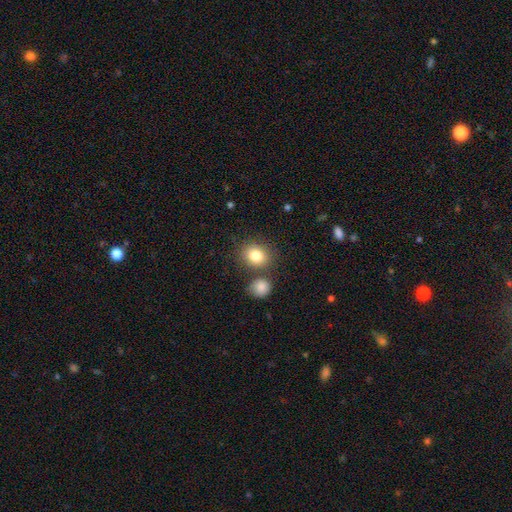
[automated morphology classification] A smooth galaxy with no disk features (83%) that is round (65%). Merging: none (72%).